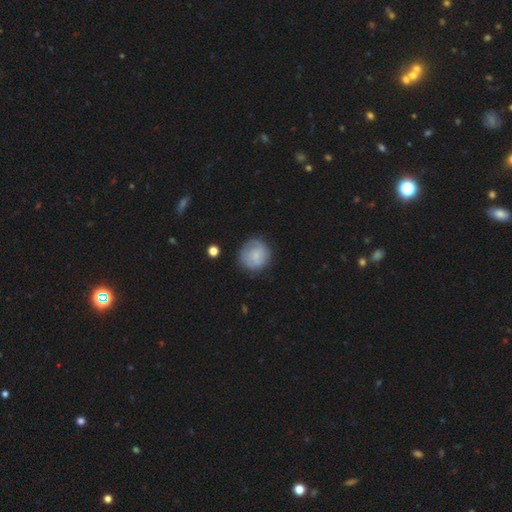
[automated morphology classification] Overall: smooth (62%; featured or disk 30%). How rounded: round (88%). Merging: none (68%).